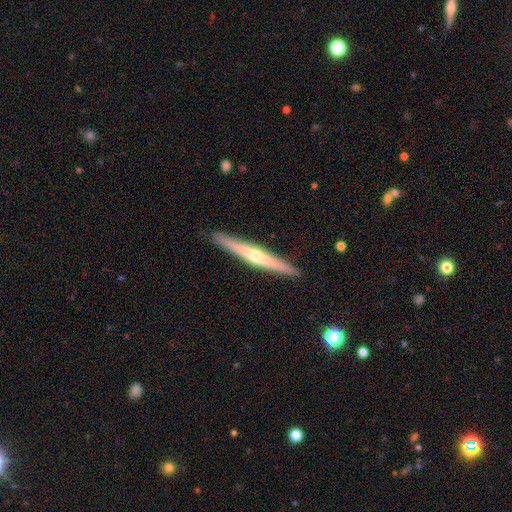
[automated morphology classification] Smooth or featured? featured or disk (66%)
Edge-on disk? yes (97%)
Edge-on bulge? rounded (73%)
Merging? none (92%)